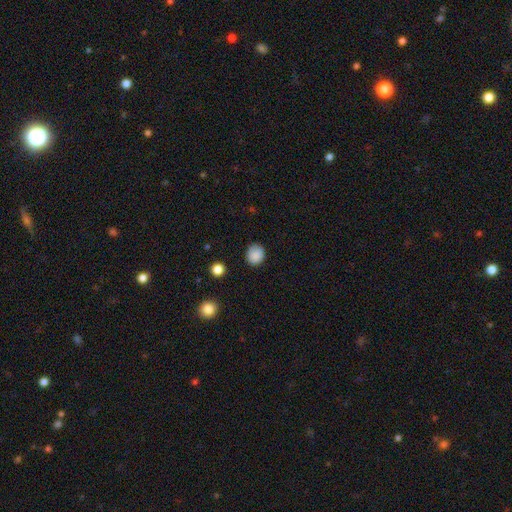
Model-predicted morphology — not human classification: Overall: smooth (87%). How rounded: round (70%). Merging: none (80%).